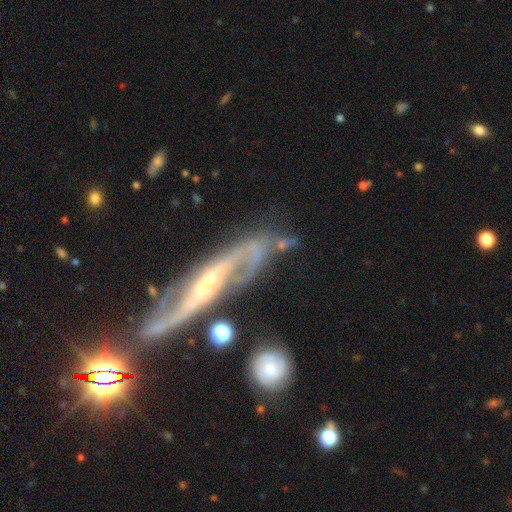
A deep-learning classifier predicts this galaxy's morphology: smooth_or_featured: featured or disk (p=0.86) [alt: star or artifact p=0.07]
disk_edge_on: no (p=0.74) [alt: yes p=0.26]
bar: weak (p=0.39) [alt: strong p=0.37]
has_spiral_arms: yes (p=0.95) [alt: no p=0.05]
spiral_winding: medium (p=0.43) [alt: loose p=0.38]
spiral_arm_count: 2 (p=0.87) [alt: can't tell p=0.06]
bulge_size: small (p=0.50) [alt: moderate p=0.36]
merging: none (p=0.64) [alt: minor disturbance p=0.19]